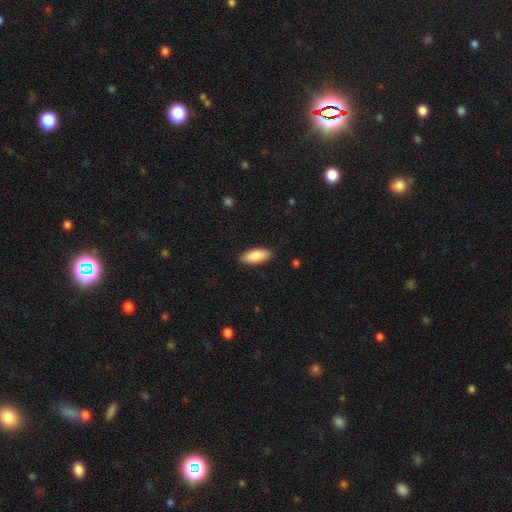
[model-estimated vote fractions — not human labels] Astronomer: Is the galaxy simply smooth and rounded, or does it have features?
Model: smooth — 87%.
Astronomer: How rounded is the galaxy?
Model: in between — 87%.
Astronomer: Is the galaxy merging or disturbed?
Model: none — 89%.